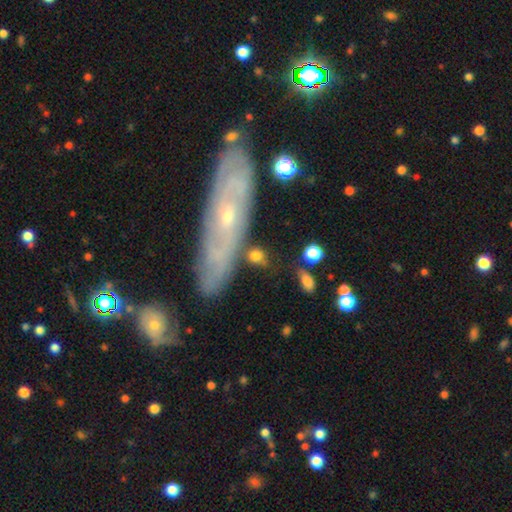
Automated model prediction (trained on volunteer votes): This is likely a smooth galaxy (75%). How rounded: possibly round (49%). Merging: likely none (69%).